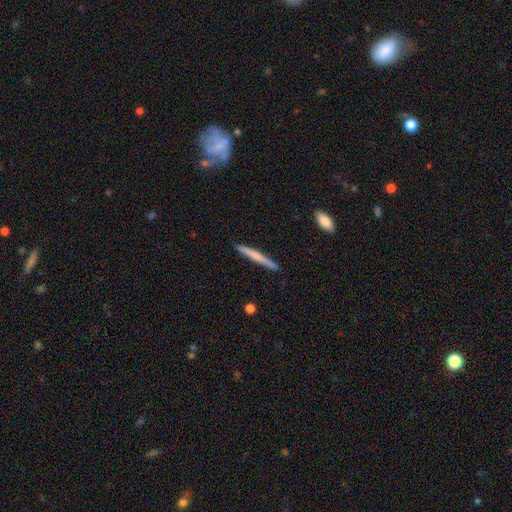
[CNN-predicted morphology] A smooth galaxy with no disk features (55%) that is cigar-shaped (96%). Merging: none (90%).